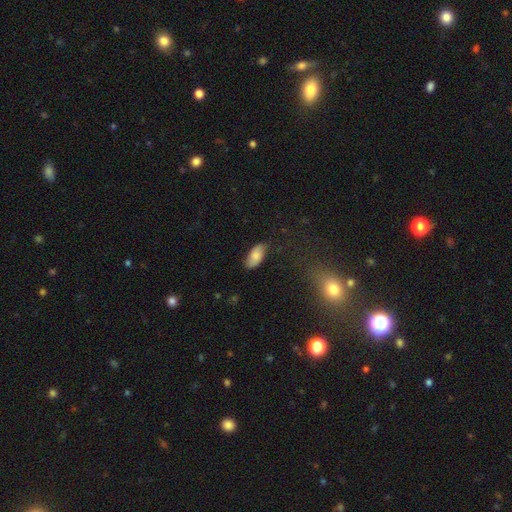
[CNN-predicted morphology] type=smooth (73%); roundness=in between (92%); merging=none (78%).